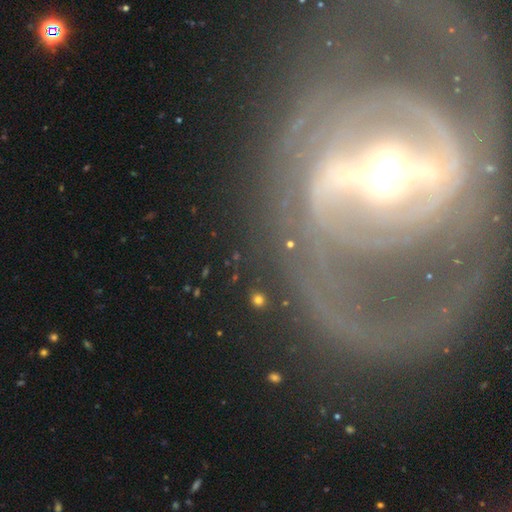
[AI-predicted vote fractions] A featured or disk galaxy (84%) with a strong bar (72%), 2 (47%) tight (53%) spiral arms (73%) and a moderate central bulge (60%). Merging: none (64%).